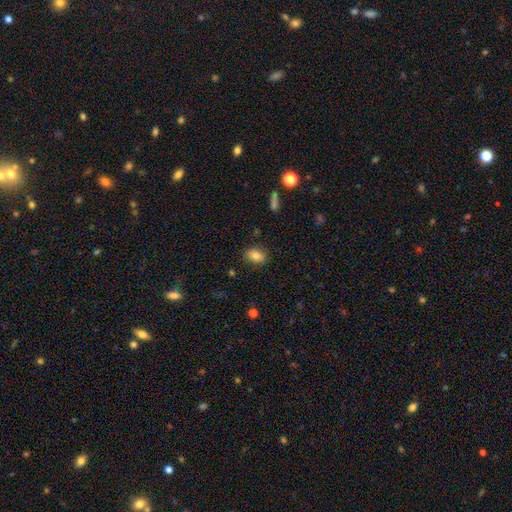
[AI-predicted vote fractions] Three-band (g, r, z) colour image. It shows a smooth galaxy with no disk features (82%) that is in between round and cigar-shaped (79%). Merging: none (83%).